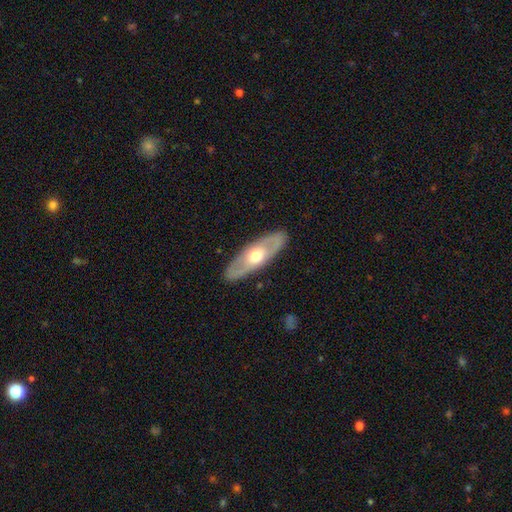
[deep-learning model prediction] Smooth or featured: featured or disk — 59% (smooth — 36%)
Edge-on disk: no — 69% (yes — 31%)
Merging: none — 88% (minor disturbance — 9%)